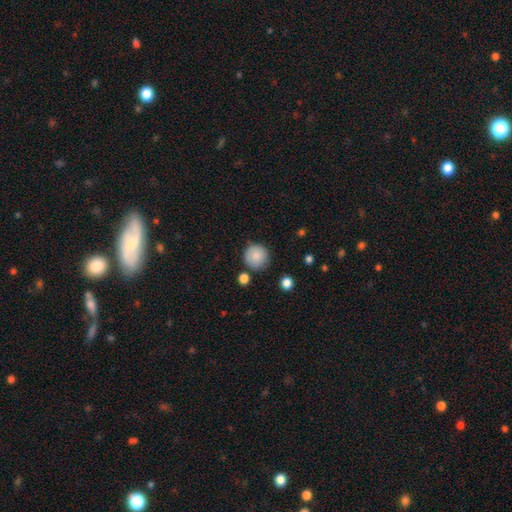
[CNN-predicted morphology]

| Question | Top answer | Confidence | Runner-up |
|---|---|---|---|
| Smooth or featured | smooth | 87% | star or artifact (8%) |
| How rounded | round | 95% | in between (4%) |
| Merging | none | 82% | minor disturbance (11%) |